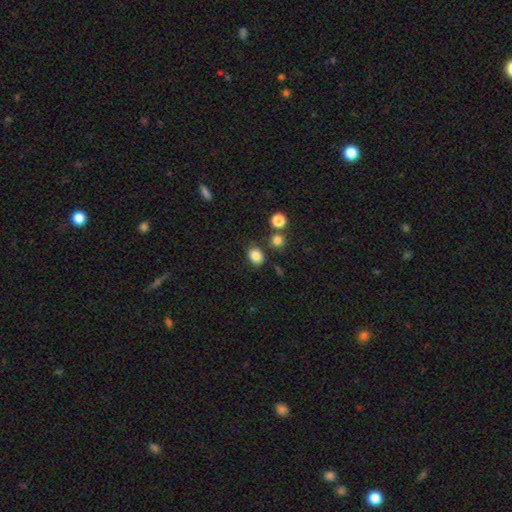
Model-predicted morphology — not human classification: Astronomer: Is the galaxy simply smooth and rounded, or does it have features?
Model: smooth — 84%.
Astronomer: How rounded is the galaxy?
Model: in between — 53% (runner-up: round, 46%).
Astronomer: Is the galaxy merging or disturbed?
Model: none — 78%.